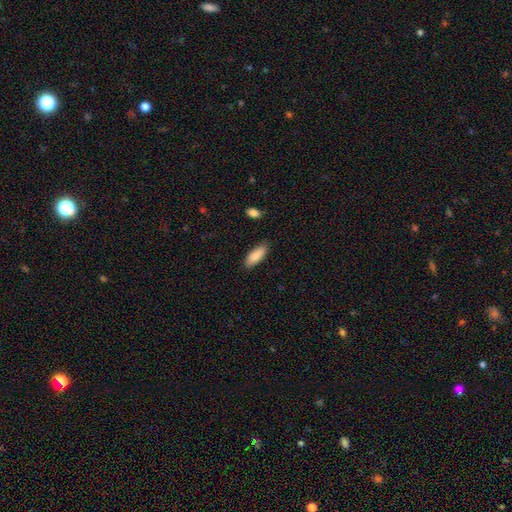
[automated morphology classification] smooth_or_featured: smooth (p=0.88) [alt: star or artifact p=0.06]
how_rounded: in between (p=0.69) [alt: cigar-shaped p=0.29]
merging: none (p=0.84) [alt: minor disturbance p=0.12]